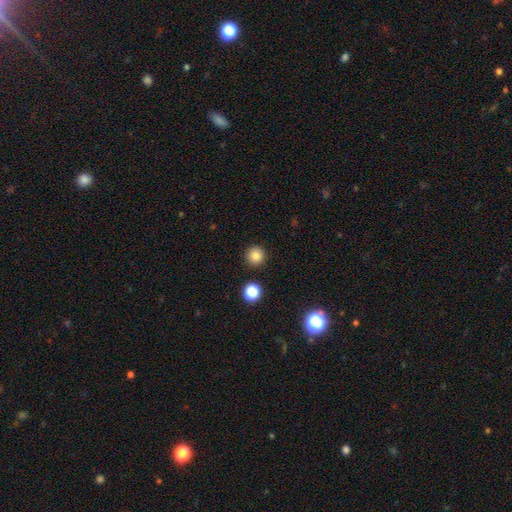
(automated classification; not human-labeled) smooth-or-featured: smooth: 84% | star or artifact: 12% | featured or disk: 4%
  how-rounded: round: 95% | in between: 4% | cigar-shaped: 1%
  merging: none: 91% | minor disturbance: 5% | merger: 2% | major disturbance: 2%